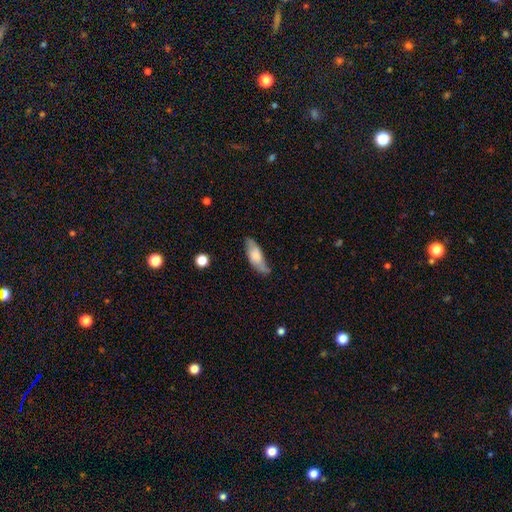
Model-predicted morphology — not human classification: Smooth or featured?
  - smooth: 65% *
  - featured or disk: 28%
  - star or artifact: 7%
How rounded?
  - in between: 66% *
  - cigar-shaped: 32%
  - round: 2%
Merging?
  - none: 62% *
  - minor disturbance: 28%
  - major disturbance: 7%
  - merger: 3%